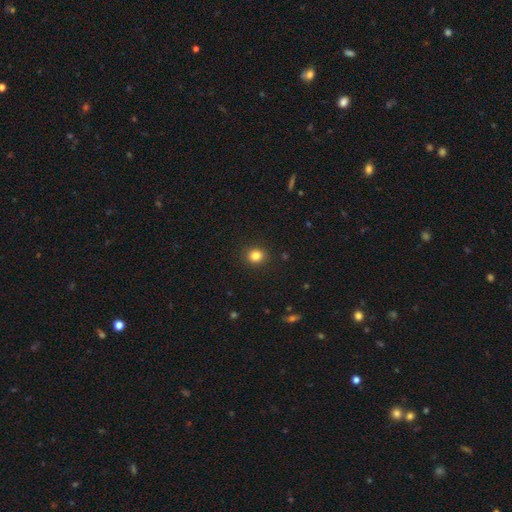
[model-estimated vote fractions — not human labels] Overall: smooth (84%). How rounded: round (84%). Merging: none (91%).